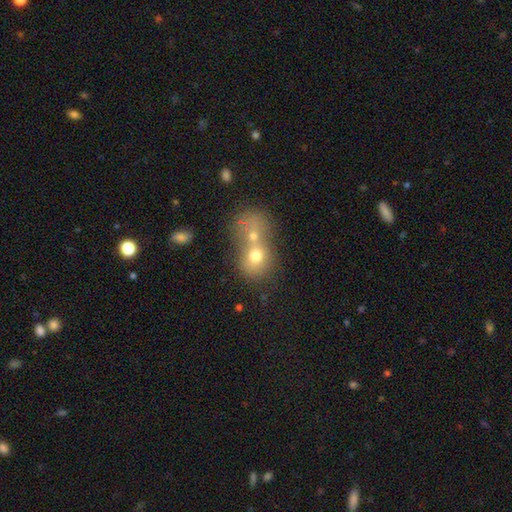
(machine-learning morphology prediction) Smooth or featured? smooth (66%)
How rounded? round (61%)
Merging? merger (73%)